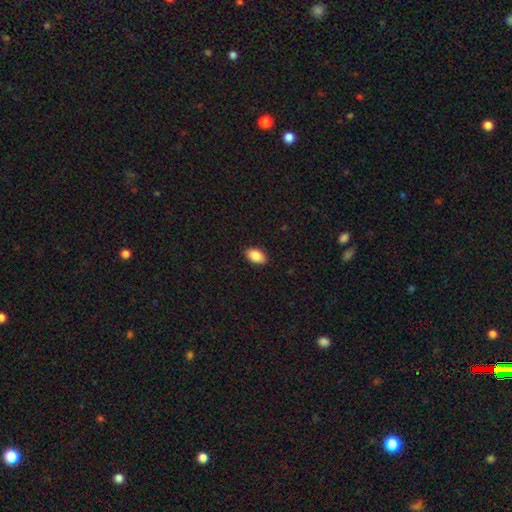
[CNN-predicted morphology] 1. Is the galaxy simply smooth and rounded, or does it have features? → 89% smooth, 7% star or artifact, 4% featured or disk.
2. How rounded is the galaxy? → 93% in between, 6% round, 1% cigar-shaped.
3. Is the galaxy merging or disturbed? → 90% none, 7% minor disturbance, 2% major disturbance, 1% merger.